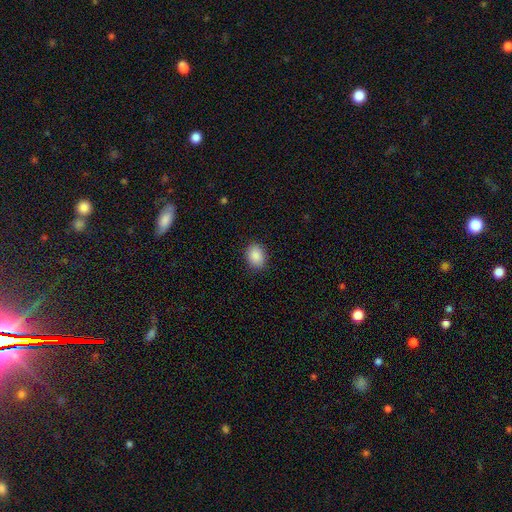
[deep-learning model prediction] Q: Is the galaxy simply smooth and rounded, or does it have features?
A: smooth — 89%.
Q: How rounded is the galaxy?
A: in between — 63%.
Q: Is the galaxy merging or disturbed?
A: none — 88%.